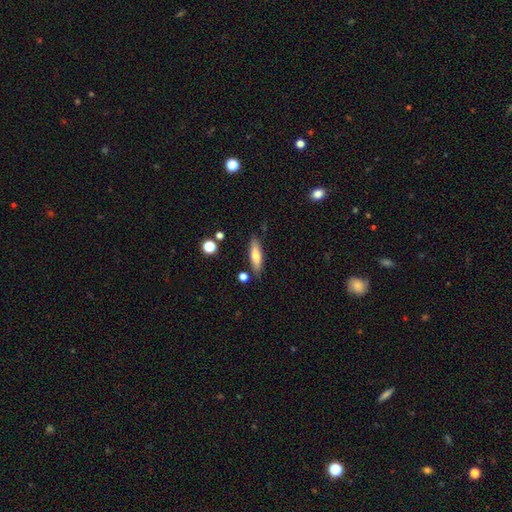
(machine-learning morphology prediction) Overall: smooth (69%). How rounded: cigar-shaped (61%; in between 37%). Merging: none (81%).